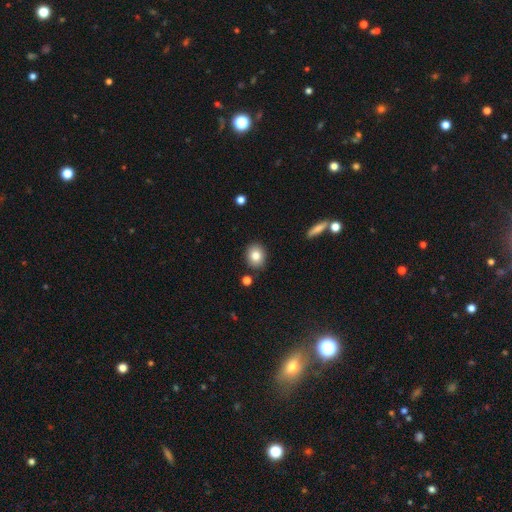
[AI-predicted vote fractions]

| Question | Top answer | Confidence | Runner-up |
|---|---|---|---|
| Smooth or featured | smooth | 82% | star or artifact (9%) |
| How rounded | round | 61% | in between (38%) |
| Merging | none | 86% | minor disturbance (9%) |